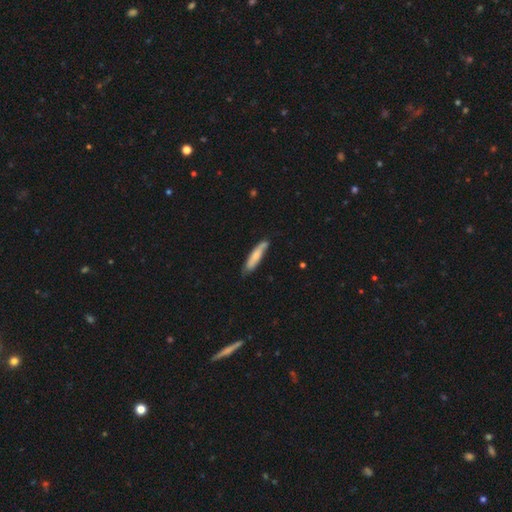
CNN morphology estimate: type=smooth (68%); roundness=cigar-shaped (80%); merging=none (68%).